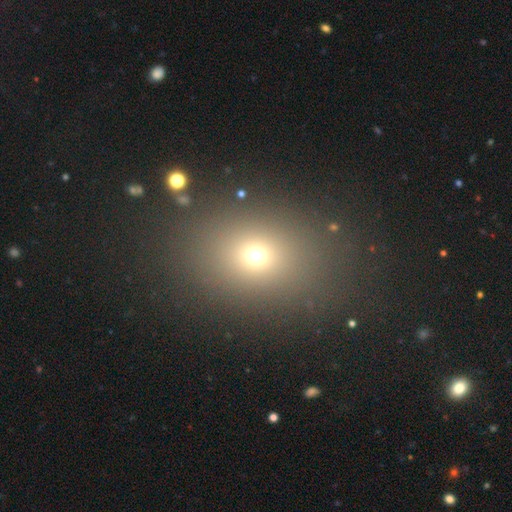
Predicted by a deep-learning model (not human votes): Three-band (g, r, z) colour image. It shows a smooth galaxy with no disk features (67%) that is in between round and cigar-shaped (52%). Merging: none (84%).